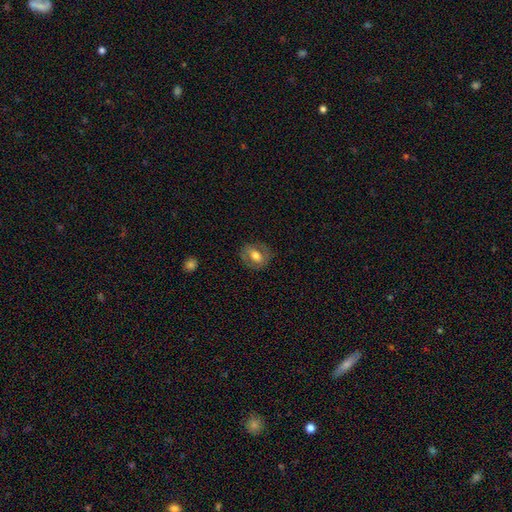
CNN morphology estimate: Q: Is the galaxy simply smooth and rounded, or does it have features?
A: smooth — 52%.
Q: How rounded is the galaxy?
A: in between — 56%.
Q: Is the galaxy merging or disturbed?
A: none — 77%.